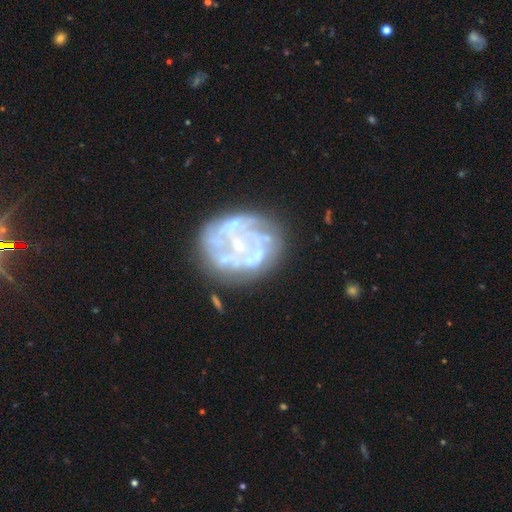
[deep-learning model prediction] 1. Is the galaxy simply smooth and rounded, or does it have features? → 76% featured or disk, 14% smooth, 10% star or artifact.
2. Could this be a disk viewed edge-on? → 98% no, 2% yes.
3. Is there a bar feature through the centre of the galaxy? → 72% no, 20% weak, 8% strong.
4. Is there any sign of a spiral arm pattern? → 53% no, 47% yes.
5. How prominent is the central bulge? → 45% none, 32% small, 19% moderate, 3% large, 2% dominant.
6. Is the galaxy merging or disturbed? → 49% none, 24% major disturbance, 19% minor disturbance, 8% merger.